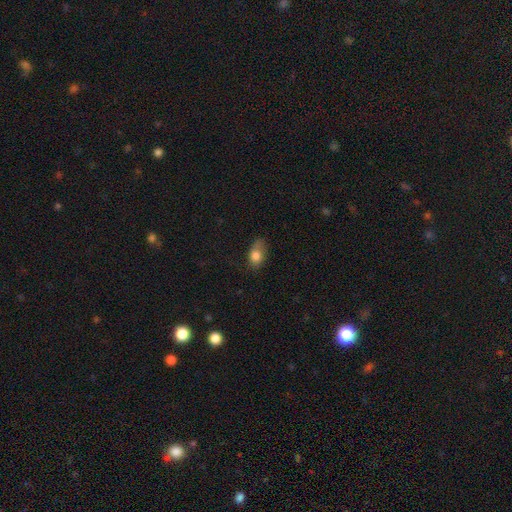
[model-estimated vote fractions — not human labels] Morphology: type=smooth (79%); roundness=in between (79%); merging=none (48%).